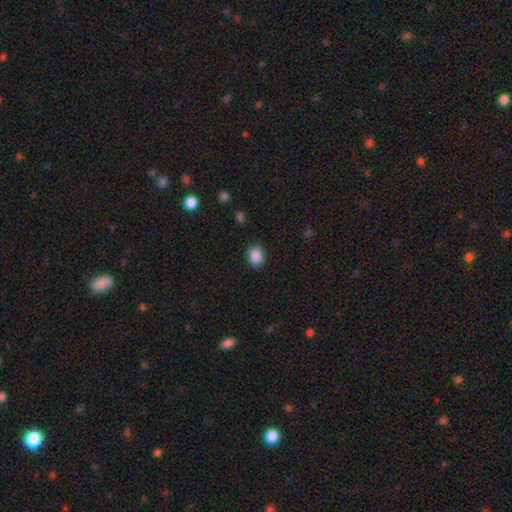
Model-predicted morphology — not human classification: Overall: smooth (88%). How rounded: round (63%; in between 36%). Merging: none (84%).